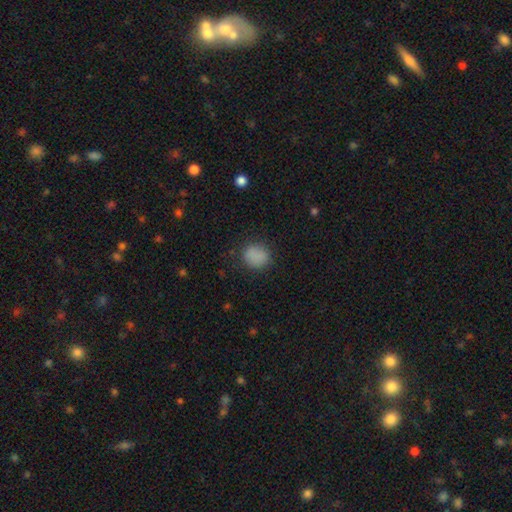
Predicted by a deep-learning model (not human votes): Smooth or featured? smooth (85%)
How rounded? round (72%)
Merging? none (81%)